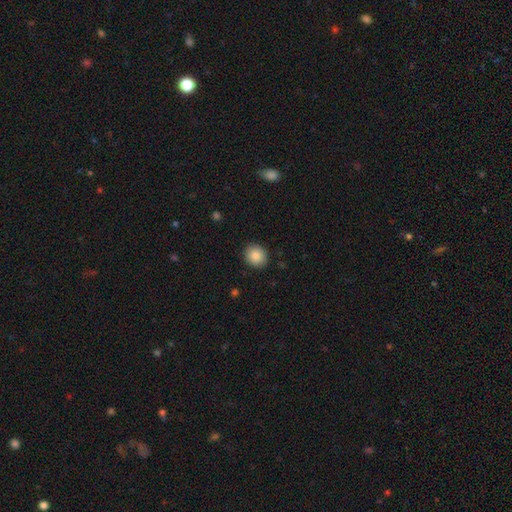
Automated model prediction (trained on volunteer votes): smooth_or_featured: smooth (p=0.87) [alt: star or artifact p=0.08]
how_rounded: round (p=0.83) [alt: in between p=0.17]
merging: none (p=0.90) [alt: minor disturbance p=0.07]